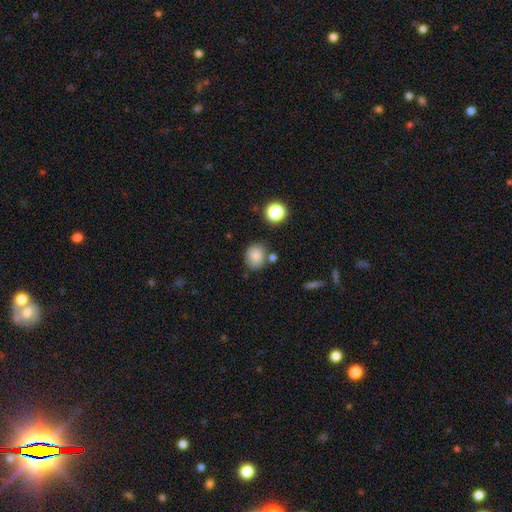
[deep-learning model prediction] Morphology: type=smooth (84%); roundness=round (60%); merging=none (70%).